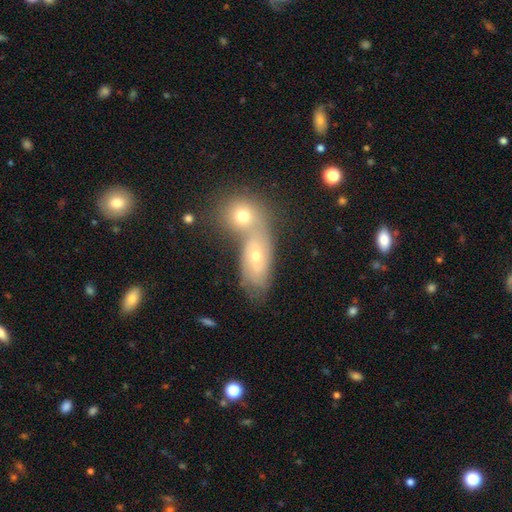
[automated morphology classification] smooth_or_featured: featured or disk (p=0.45) [alt: smooth p=0.38]
merging: none (p=0.46) [alt: merger p=0.40]